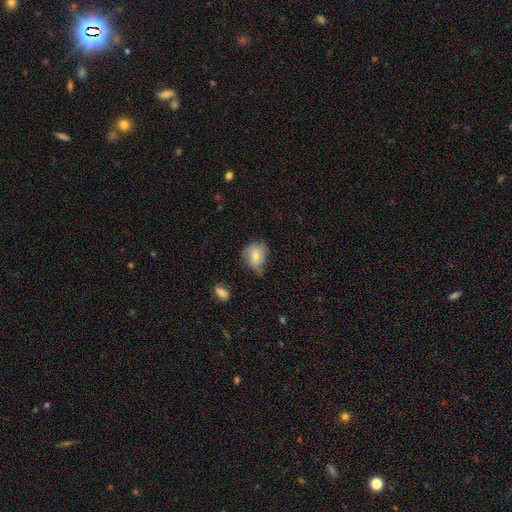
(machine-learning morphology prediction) smooth-or-featured: smooth: 63% | featured or disk: 28% | star or artifact: 9%
  how-rounded: round: 56% | in between: 43% | cigar-shaped: 1%
  merging: minor disturbance: 42% | none: 37% | major disturbance: 18% | merger: 2%